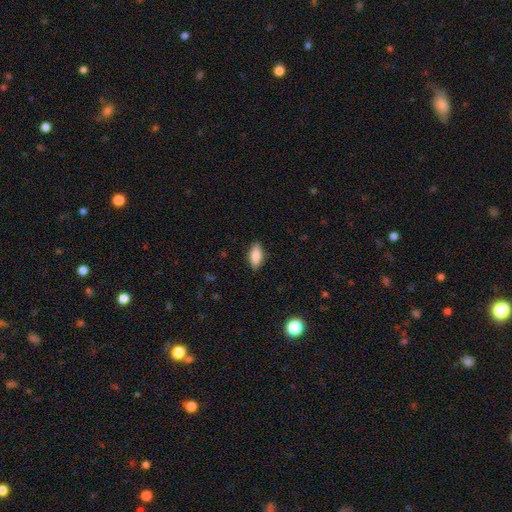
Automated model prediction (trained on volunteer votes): Morphology: type=smooth (84%); roundness=in between (83%); merging=none (86%).